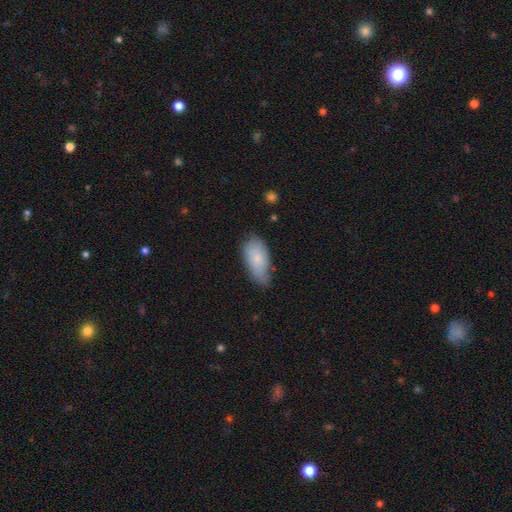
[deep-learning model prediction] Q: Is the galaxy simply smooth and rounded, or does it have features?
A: smooth — 79%.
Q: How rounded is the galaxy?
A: in between — 91%.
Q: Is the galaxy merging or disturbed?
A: none — 54%.